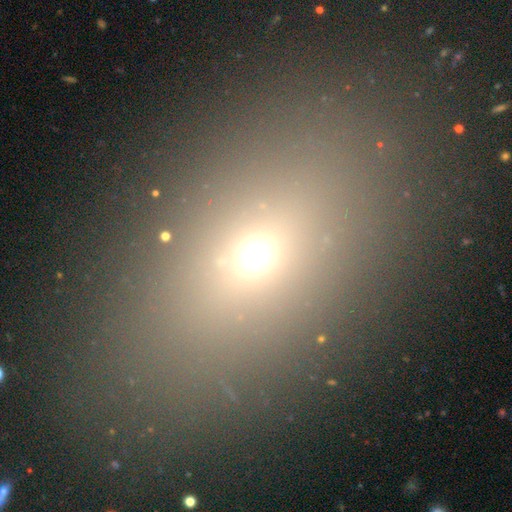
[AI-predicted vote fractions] Smooth or featured? Predicted: smooth (p=0.63). How rounded? Predicted: in between (p=0.79). Merging? Predicted: none (p=0.87).